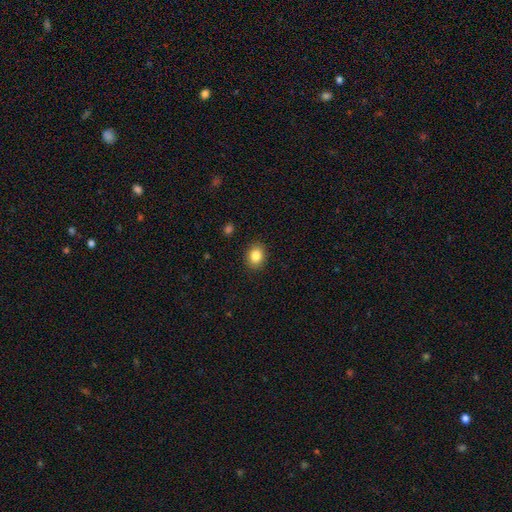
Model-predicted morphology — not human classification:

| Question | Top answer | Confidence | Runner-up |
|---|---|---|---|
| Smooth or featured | smooth | 85% | star or artifact (9%) |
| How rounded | in between | 50% | round (49%) |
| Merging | none | 89% | minor disturbance (7%) |